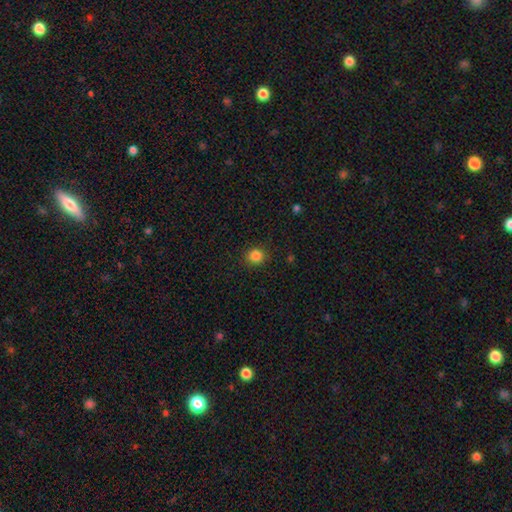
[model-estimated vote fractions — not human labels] smooth-or-featured: smooth: 84% | star or artifact: 12% | featured or disk: 4%
  how-rounded: round: 89% | in between: 10% | cigar-shaped: 1%
  merging: none: 90% | minor disturbance: 7% | major disturbance: 2% | merger: 1%